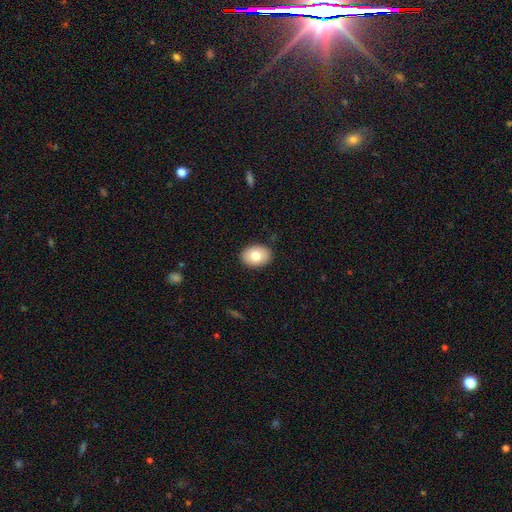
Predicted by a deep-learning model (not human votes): Smooth or featured? smooth (78%)
How rounded? in between (75%)
Merging? none (89%)